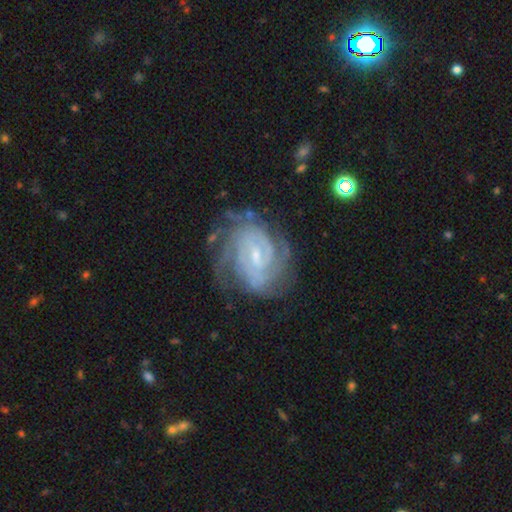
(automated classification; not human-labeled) A featured or disk galaxy (89%) with a weak bar (55%), tight (72%) spiral arms (98%) and a small central bulge (68%). Merging: none (70%).